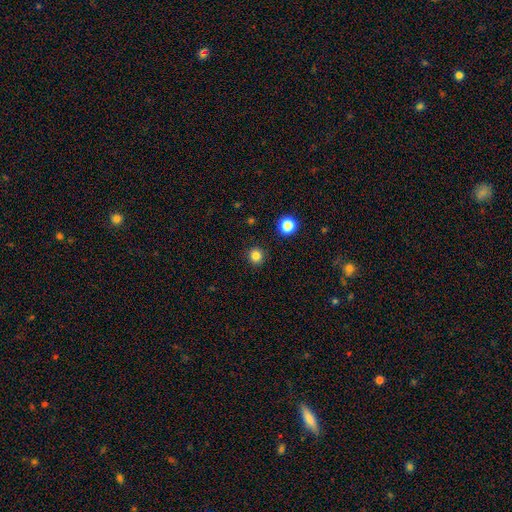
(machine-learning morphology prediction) The model was most divided on "smooth or featured": smooth: 82%, star or artifact: 13%, featured or disk: 4%. More confident: how rounded — round (92%); merging — none (91%).